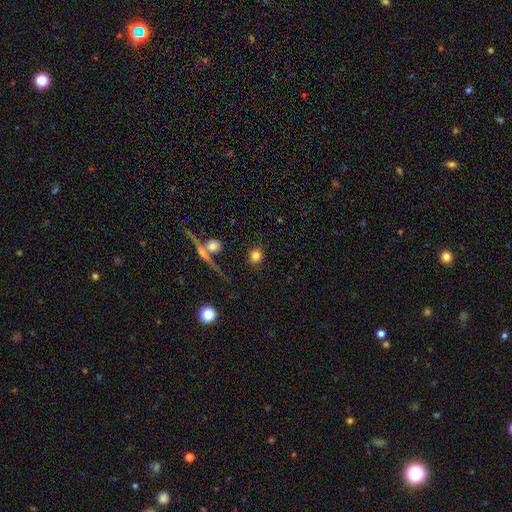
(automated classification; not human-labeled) A smooth galaxy with no disk features (80%) that is round (80%).

Vote fractions:
- Smooth or featured? smooth: 80% / star or artifact: 11% / featured or disk: 9%
- How rounded? round: 80% / in between: 18% / cigar-shaped: 2%
- Merging? none: 83% / minor disturbance: 9% / merger: 5% / major disturbance: 4%